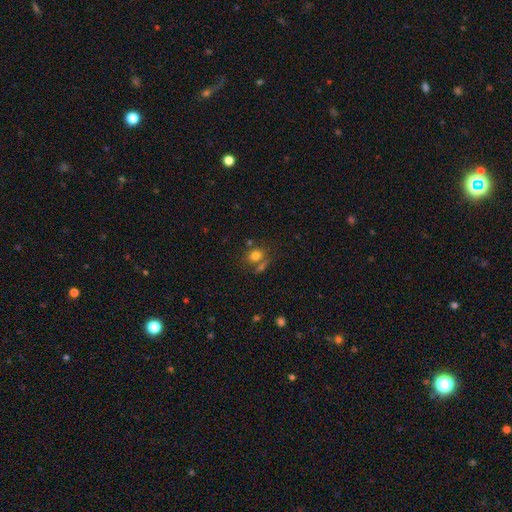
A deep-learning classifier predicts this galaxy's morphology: smooth-or-featured: smooth: 76% | star or artifact: 13% | featured or disk: 11%
  how-rounded: in between: 53% | round: 45% | cigar-shaped: 2%
  merging: none: 54% | merger: 27% | minor disturbance: 14% | major disturbance: 6%